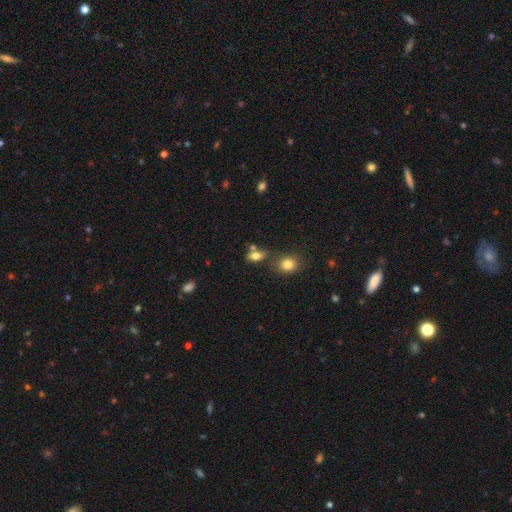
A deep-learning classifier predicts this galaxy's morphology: smooth 76%, featured or disk 13%, star or artifact 11%. Down the decision tree: how rounded — in between (80%); merging — none (52%).